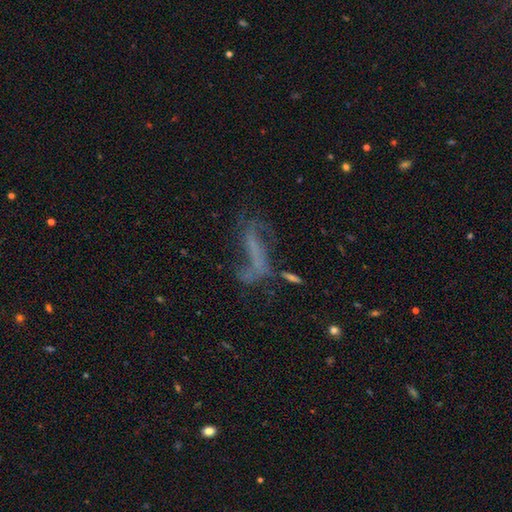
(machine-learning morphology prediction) Q: Smooth or featured?
A: featured or disk (55%); runner-up: smooth (25%)
Q: Edge-on disk?
A: no (85%); runner-up: yes (15%)
Q: Merging?
A: none (39%); runner-up: major disturbance (32%)